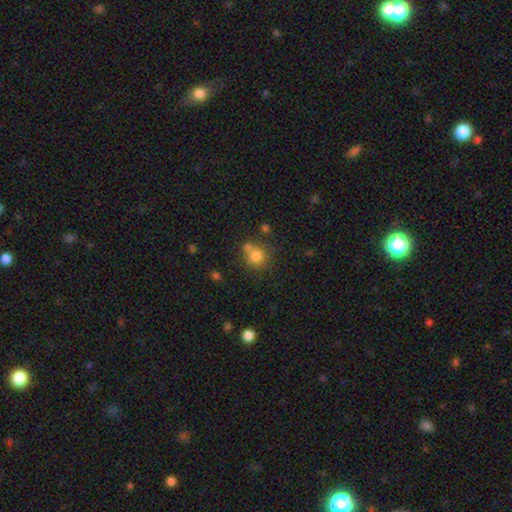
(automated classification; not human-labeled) This appears to be a smooth galaxy with no disk features (78%) that is round (87%). Merging: none (58%).